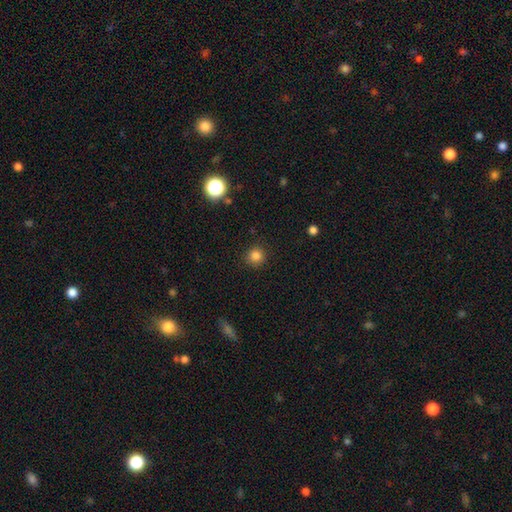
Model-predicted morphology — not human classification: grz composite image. It shows a smooth galaxy with no disk features (83%) that is round (92%). Merging: none (89%).